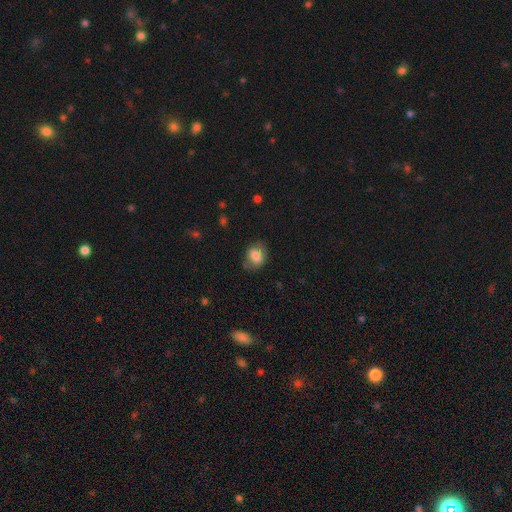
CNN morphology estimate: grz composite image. It shows a smooth galaxy with no disk features (79%) that is in between round and cigar-shaped (62%). Merging: none (66%).